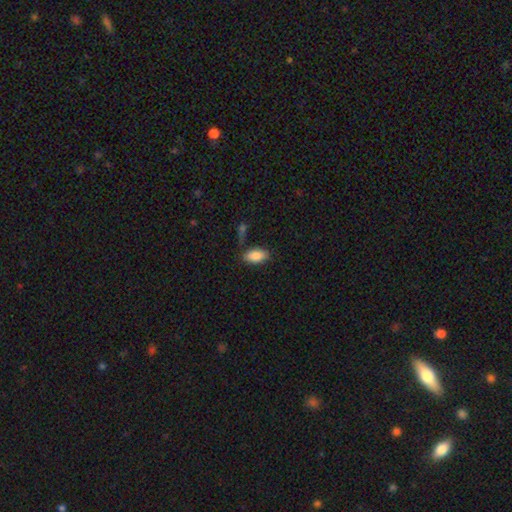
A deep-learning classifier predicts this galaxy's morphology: This appears to be a smooth galaxy with no disk features (87%) that is in between round and cigar-shaped (93%). Merging: none (76%).